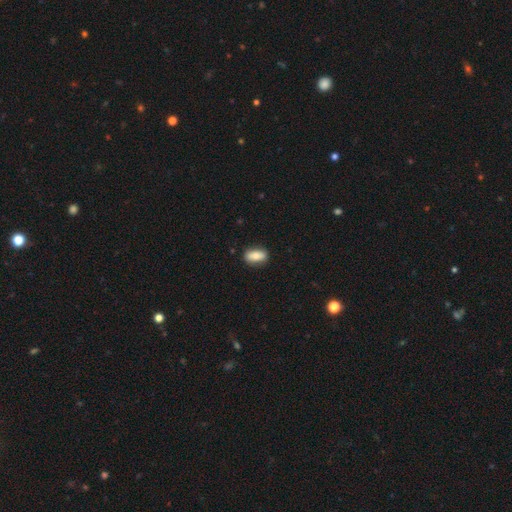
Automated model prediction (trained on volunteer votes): The model was most divided on "smooth or featured": smooth: 78%, featured or disk: 16%, star or artifact: 7%. More confident: merging — none (86%); how rounded — in between (85%).